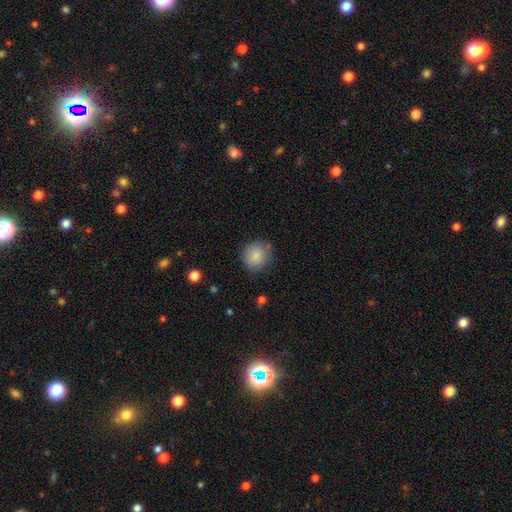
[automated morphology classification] A smooth galaxy with no disk features (87%) that is round (87%).

Vote fractions:
- Smooth or featured? smooth: 87% / star or artifact: 8% / featured or disk: 6%
- How rounded? round: 87% / in between: 12% / cigar-shaped: 1%
- Merging? none: 78% / minor disturbance: 16% / major disturbance: 4% / merger: 3%